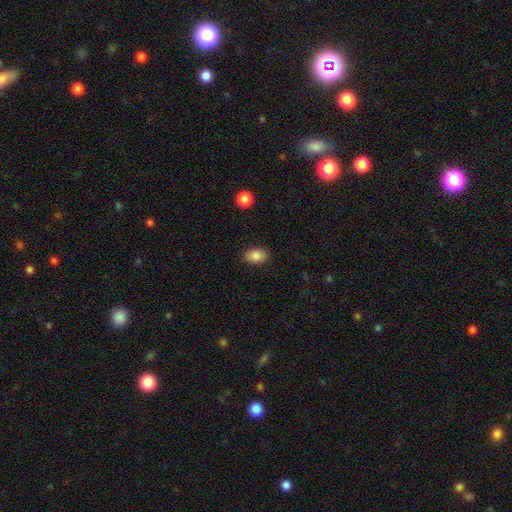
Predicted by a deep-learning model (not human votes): Q: Smooth or featured?
A: smooth (87%); runner-up: star or artifact (8%)
Q: How rounded?
A: in between (90%); runner-up: round (9%)
Q: Merging?
A: none (87%); runner-up: minor disturbance (9%)